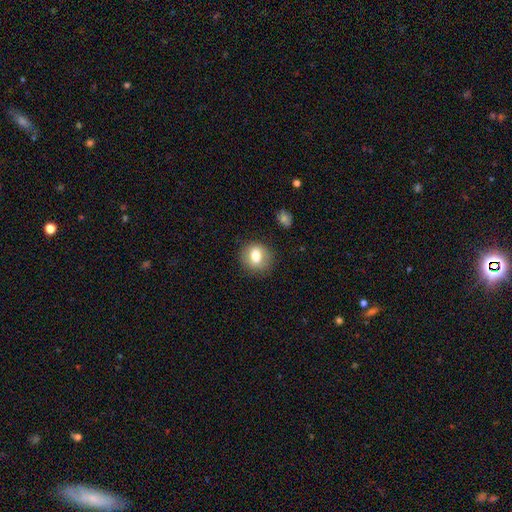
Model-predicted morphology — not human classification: Smooth or featured?
  - smooth: 75% *
  - featured or disk: 16%
  - star or artifact: 9%
How rounded?
  - round: 67% *
  - in between: 32%
  - cigar-shaped: 1%
Merging?
  - none: 82% *
  - minor disturbance: 12%
  - major disturbance: 4%
  - merger: 2%